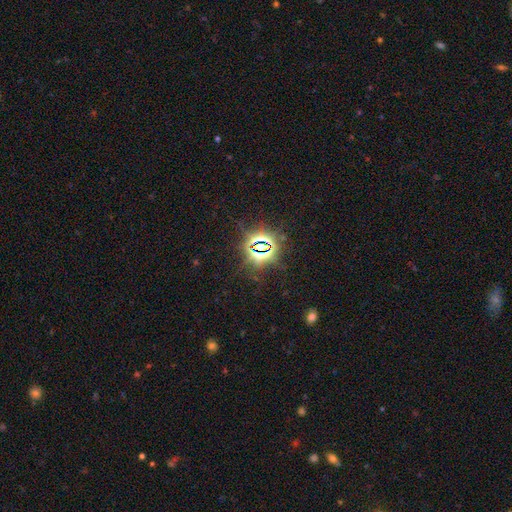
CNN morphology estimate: This is clearly a star or artifact rather than a galaxy (81%).